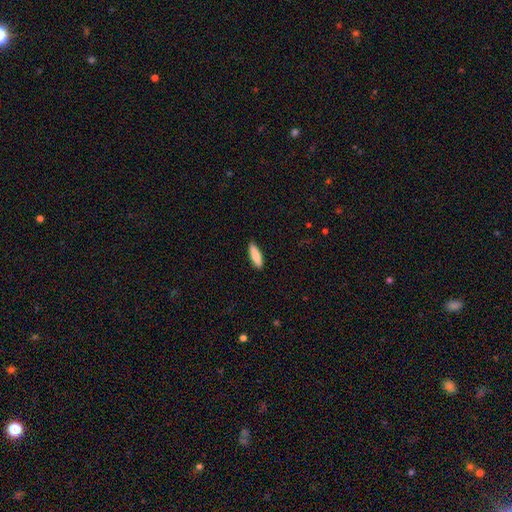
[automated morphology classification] A smooth galaxy with no disk features (84%) that is cigar-shaped (55%). Merging: none (90%).